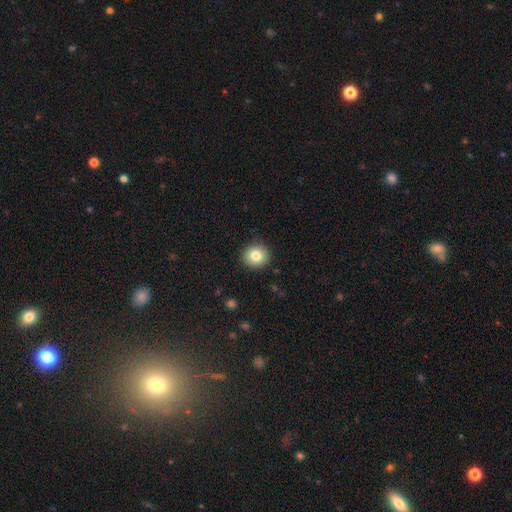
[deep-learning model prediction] smooth_or_featured: smooth (p=0.82) [alt: star or artifact p=0.10]
how_rounded: round (p=0.91) [alt: in between p=0.08]
merging: none (p=0.91) [alt: minor disturbance p=0.06]